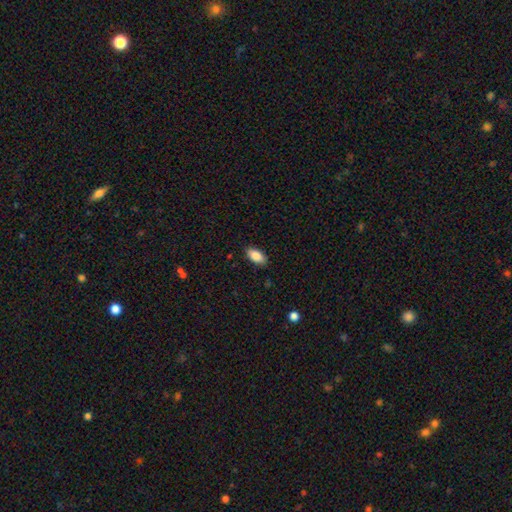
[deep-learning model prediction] This appears to be a smooth galaxy with no disk features (86%) that is in between round and cigar-shaped (93%). Merging: none (88%).